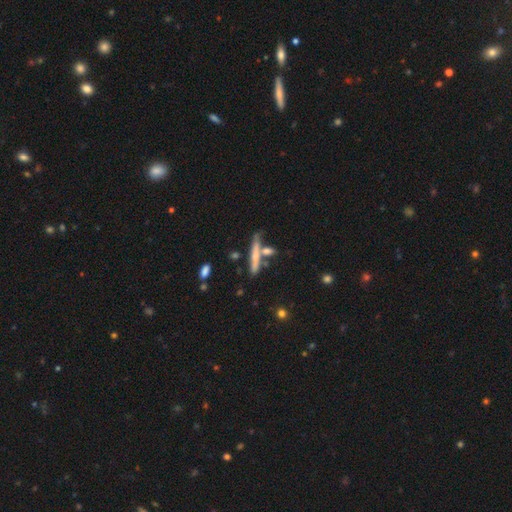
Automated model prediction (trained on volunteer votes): The model was most divided on "smooth or featured": smooth: 52%, featured or disk: 40%, star or artifact: 8%. More confident: how rounded — cigar-shaped (87%); merging — none (60%).